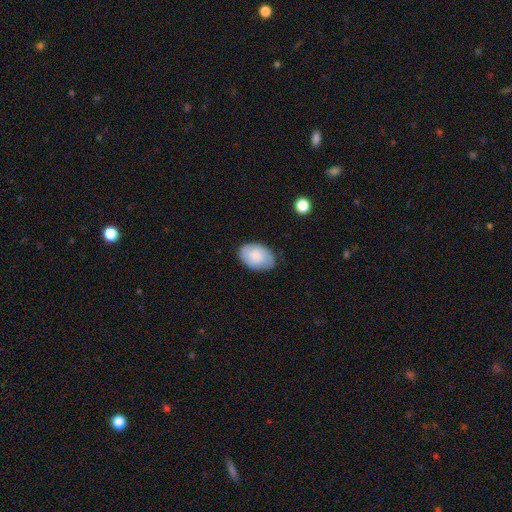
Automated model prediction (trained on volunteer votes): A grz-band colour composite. It shows a smooth galaxy with no disk features (77%) that is in between round and cigar-shaped (88%). Merging: none (78%).